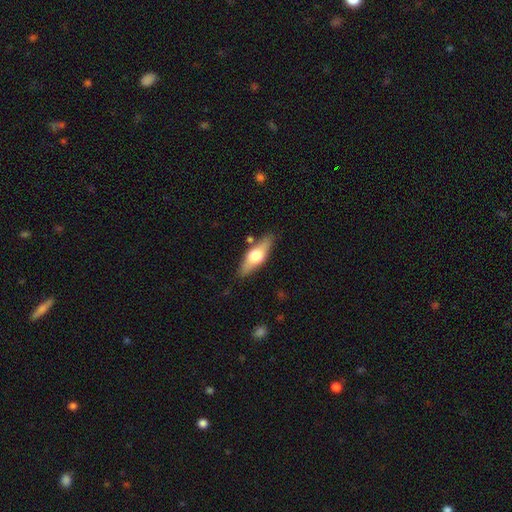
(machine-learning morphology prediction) The model was most divided on "smooth or featured": featured or disk: 48%, smooth: 46%, star or artifact: 6%. More confident: merging — none (82%).